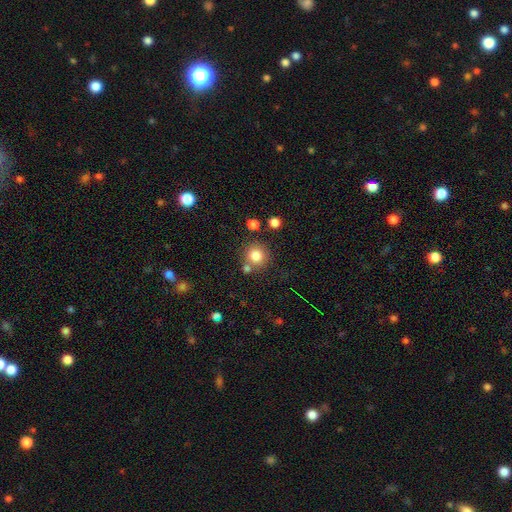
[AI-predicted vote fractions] Morphology: type=smooth (82%); roundness=round (92%); merging=none (74%).